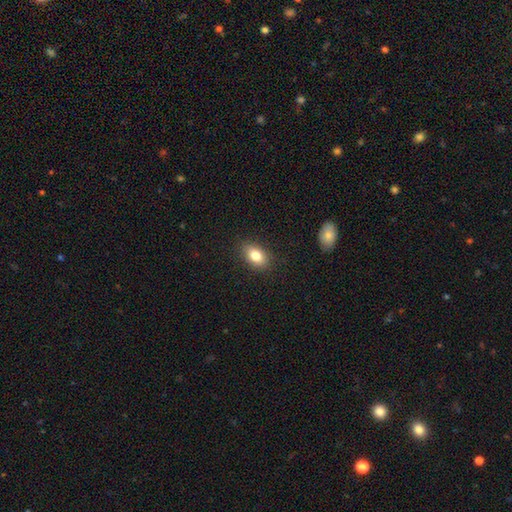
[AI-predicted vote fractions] The model was most divided on "smooth or featured": smooth: 82%, featured or disk: 10%, star or artifact: 8%. More confident: how rounded — in between (87%); merging — none (87%).